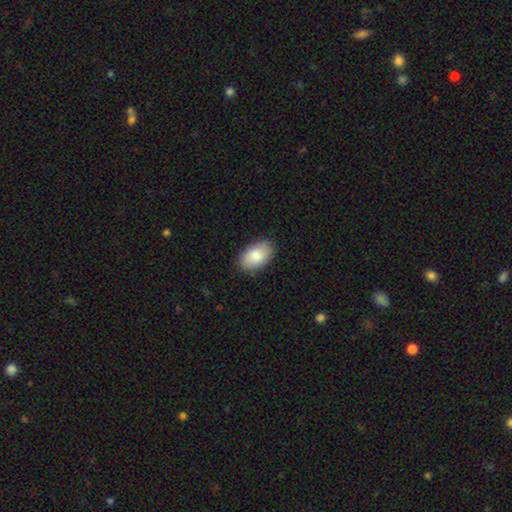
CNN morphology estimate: smooth 86%, featured or disk 8%, star or artifact 6%. Down the decision tree: how rounded — in between (94%); merging — none (85%).